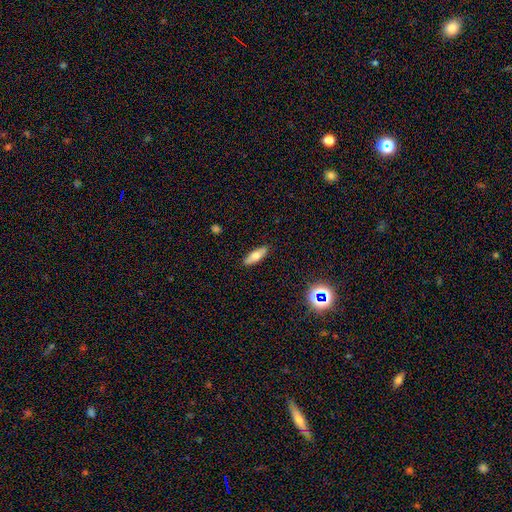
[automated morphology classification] smooth 70%, featured or disk 22%, star or artifact 8%. Down the decision tree: how rounded — in between (62%); merging — none (89%).